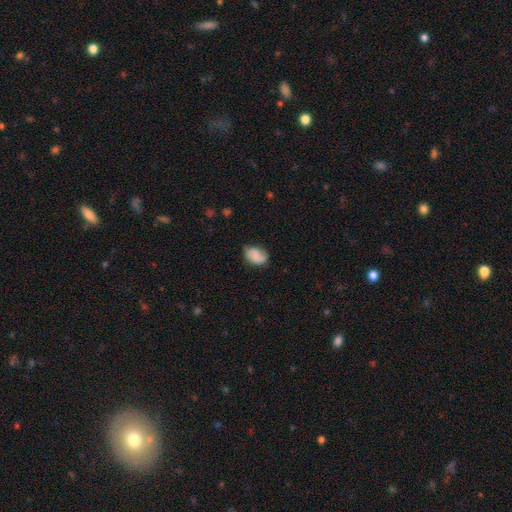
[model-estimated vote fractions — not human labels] Smooth or featured?
  - smooth: 65% *
  - featured or disk: 26%
  - star or artifact: 9%
How rounded?
  - in between: 78% *
  - round: 21%
  - cigar-shaped: 1%
Merging?
  - none: 65% *
  - minor disturbance: 26%
  - major disturbance: 7%
  - merger: 2%